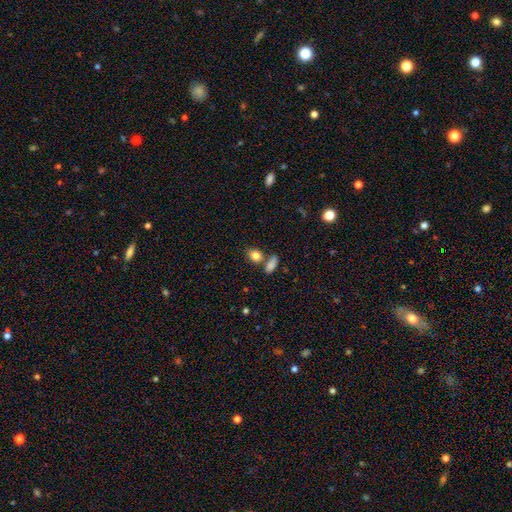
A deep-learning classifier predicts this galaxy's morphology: This appears to be a smooth galaxy with no disk features (83%) that is in between round and cigar-shaped (62%). Merging: none (59%).